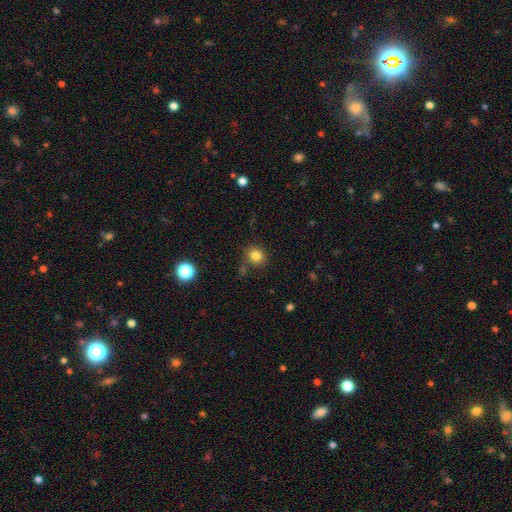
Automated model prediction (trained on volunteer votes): This appears to be a smooth galaxy with no disk features (81%) that is round (81%). Merging: none (78%).